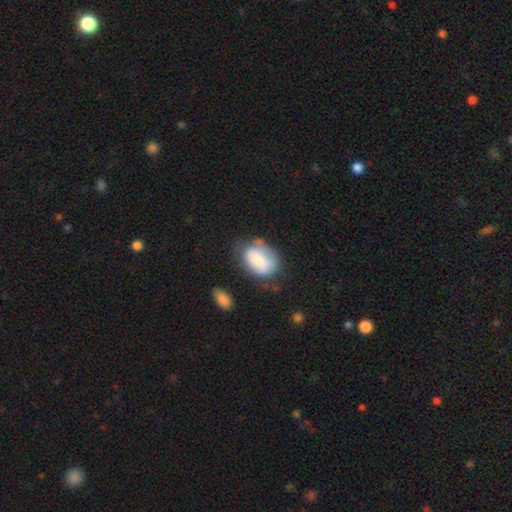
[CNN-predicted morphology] Smooth or featured?
  - smooth: 70% *
  - featured or disk: 22%
  - star or artifact: 8%
How rounded?
  - in between: 80% *
  - round: 19%
  - cigar-shaped: 1%
Merging?
  - none: 50% *
  - minor disturbance: 32%
  - major disturbance: 13%
  - merger: 5%